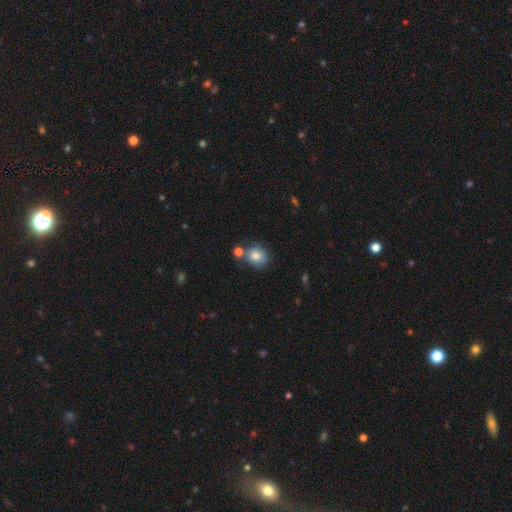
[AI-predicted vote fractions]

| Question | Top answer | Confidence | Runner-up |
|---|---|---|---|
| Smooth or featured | smooth | 74% | featured or disk (16%) |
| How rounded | round | 68% | in between (31%) |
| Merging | none | 55% | merger (21%) |